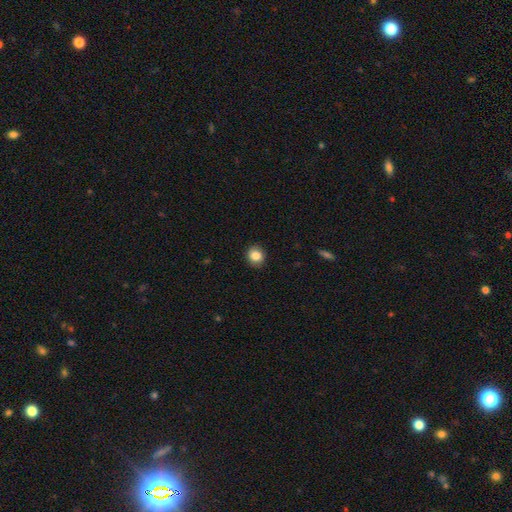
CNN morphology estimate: type=smooth (85%); roundness=round (76%); merging=none (89%).